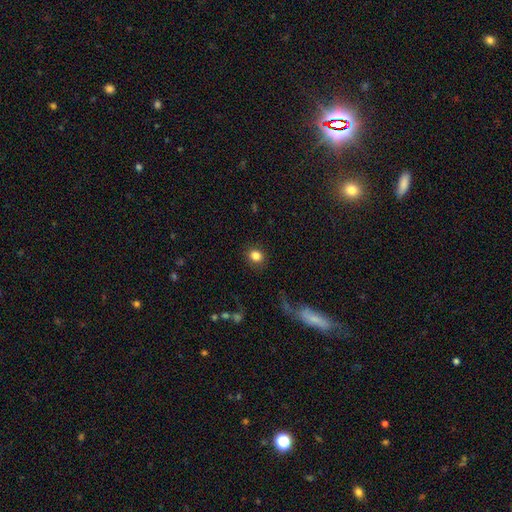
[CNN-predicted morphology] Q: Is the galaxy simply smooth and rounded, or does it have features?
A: smooth — 84%.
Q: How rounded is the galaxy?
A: round — 73%.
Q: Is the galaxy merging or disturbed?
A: none — 89%.